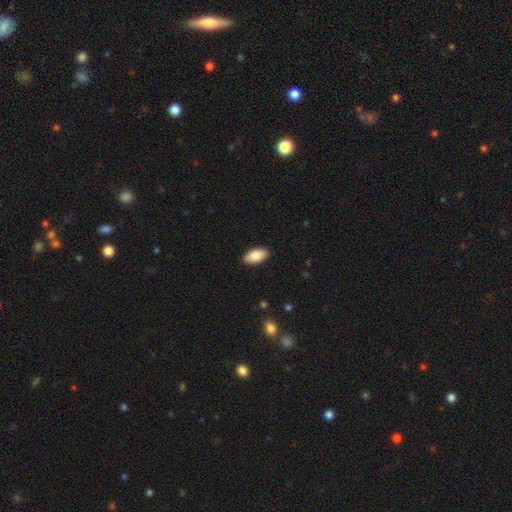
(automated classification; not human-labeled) A smooth galaxy with no disk features (85%) that is in between round and cigar-shaped (94%).

Vote fractions:
- Smooth or featured? smooth: 85% / featured or disk: 8% / star or artifact: 6%
- How rounded? in between: 94% / cigar-shaped: 3% / round: 2%
- Merging? none: 90% / minor disturbance: 8% / major disturbance: 2% / merger: 1%